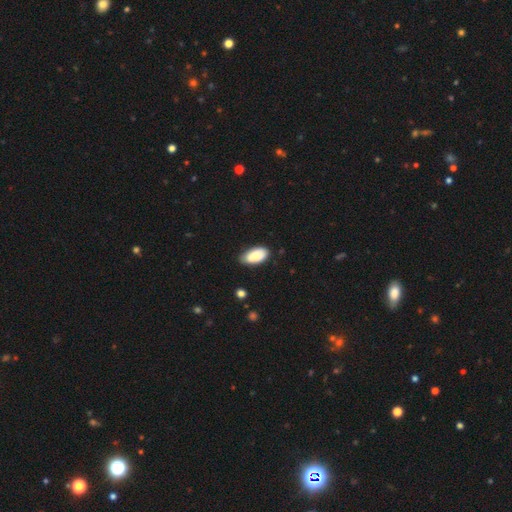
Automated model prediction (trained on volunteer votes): smooth 86%, featured or disk 7%, star or artifact 6%. Down the decision tree: how rounded — in between (95%); merging — none (67%).